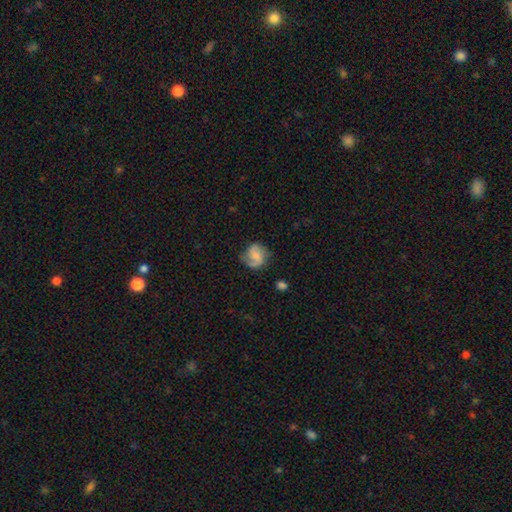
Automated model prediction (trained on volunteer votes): Smooth or featured?
  - featured or disk: 62% *
  - smooth: 30%
  - star or artifact: 7%
Edge-on disk?
  - no: 98% *
  - yes: 2%
Bar?
  - no: 46% *
  - weak: 43%
  - strong: 11%
Spiral arms?
  - yes: 93% *
  - no: 7%
Spiral winding?
  - medium: 43% *
  - loose: 38%
  - tight: 19%
Spiral arm count?
  - 2: 72% *
  - 1: 19%
  - can't tell: 6%
  - 3: 2%
  - 4: 1%
  - more than 4: 1%
Bulge size?
  - small: 40% *
  - none: 30%
  - moderate: 25%
  - large: 4%
  - dominant: 1%
Merging?
  - none: 65% *
  - minor disturbance: 22%
  - major disturbance: 11%
  - merger: 2%